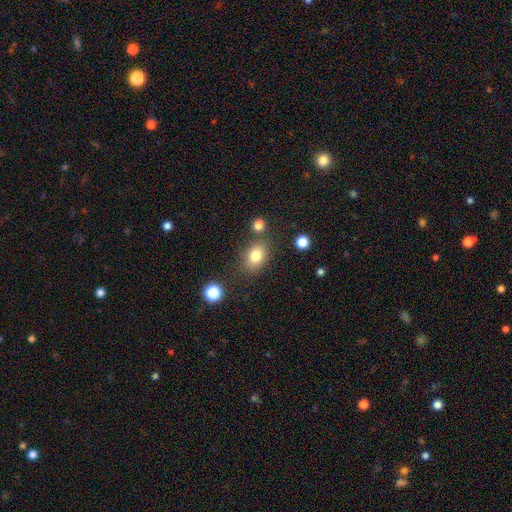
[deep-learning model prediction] Morphology: type=smooth (80%); roundness=in between (66%); merging=none (74%).